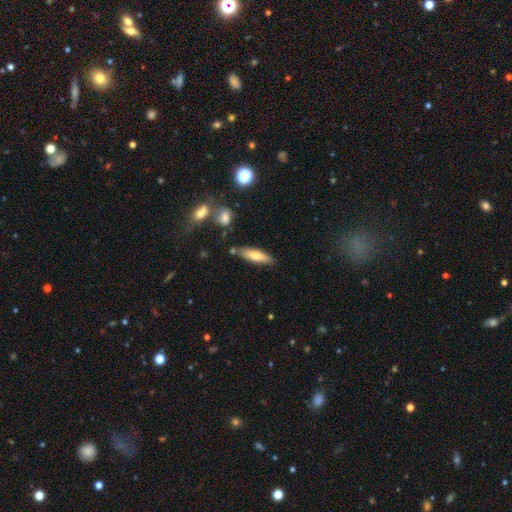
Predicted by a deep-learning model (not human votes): Smooth or featured? Predicted: smooth (p=0.70). How rounded? Predicted: cigar-shaped (p=0.59). Merging? Predicted: none (p=0.79).